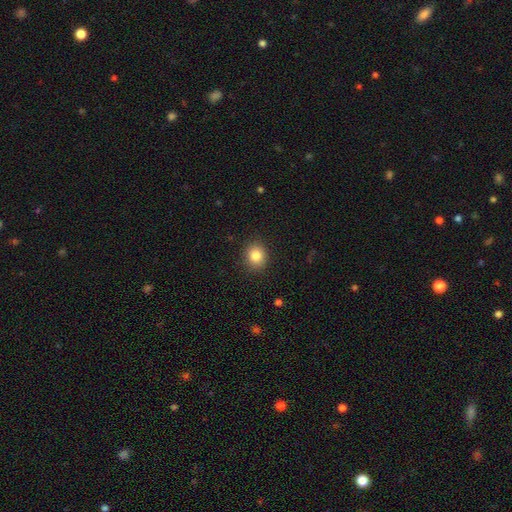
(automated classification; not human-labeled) Smooth or featured?
  - smooth: 84% *
  - star or artifact: 10%
  - featured or disk: 6%
How rounded?
  - round: 76% *
  - in between: 23%
  - cigar-shaped: 1%
Merging?
  - none: 90% *
  - minor disturbance: 7%
  - major disturbance: 2%
  - merger: 1%